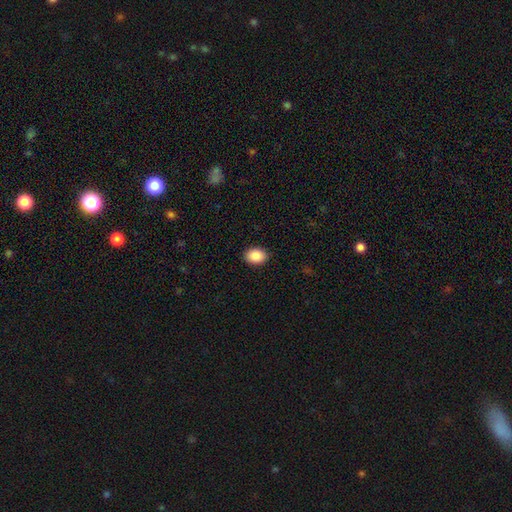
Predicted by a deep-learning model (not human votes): Q: Smooth or featured?
A: smooth (88%); runner-up: star or artifact (7%)
Q: How rounded?
A: in between (74%); runner-up: round (25%)
Q: Merging?
A: none (90%); runner-up: minor disturbance (7%)